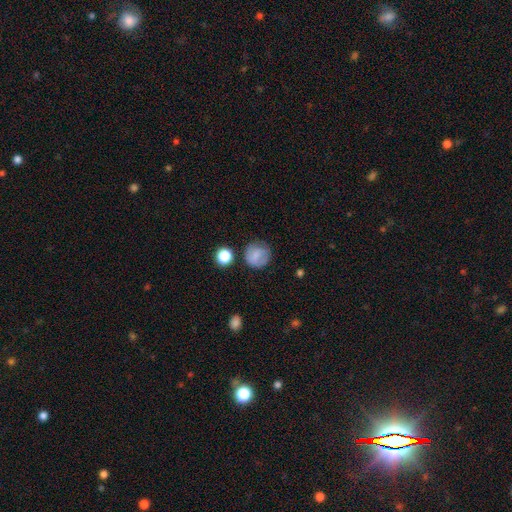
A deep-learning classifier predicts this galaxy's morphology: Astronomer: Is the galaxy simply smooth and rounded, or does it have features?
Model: smooth — 74%.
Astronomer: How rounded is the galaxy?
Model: round — 87%.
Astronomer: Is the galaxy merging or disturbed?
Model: none — 71%.